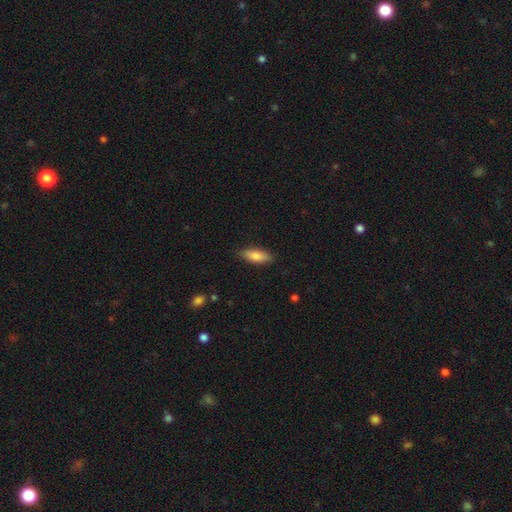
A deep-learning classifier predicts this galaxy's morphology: This is clearly a smooth galaxy (81%). How rounded: likely in between (69%). Merging: clearly none (86%).